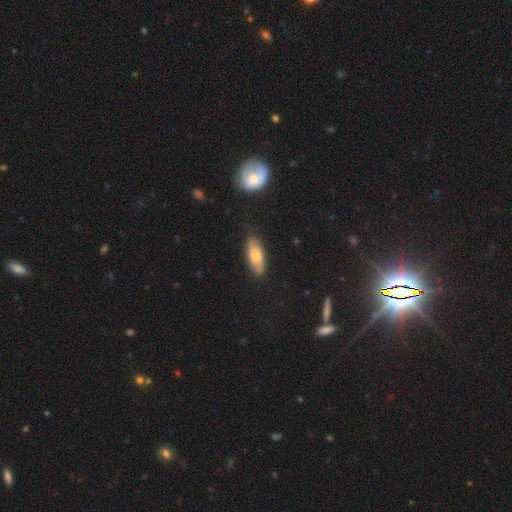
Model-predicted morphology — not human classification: Smooth or featured? smooth (71%)
How rounded? in between (72%)
Merging? none (83%)